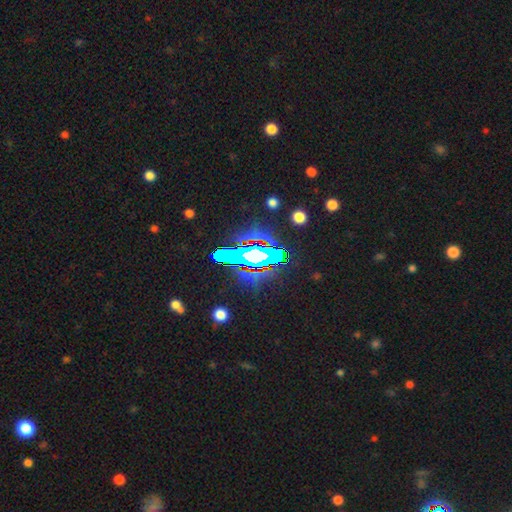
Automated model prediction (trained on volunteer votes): A star or artifact, not a galaxy (66%).